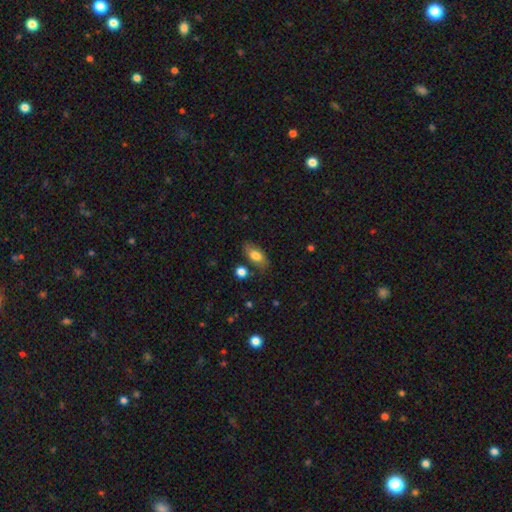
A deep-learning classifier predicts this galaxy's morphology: This appears to be a smooth galaxy with no disk features (74%) that is in between round and cigar-shaped (86%). Merging: none (74%).